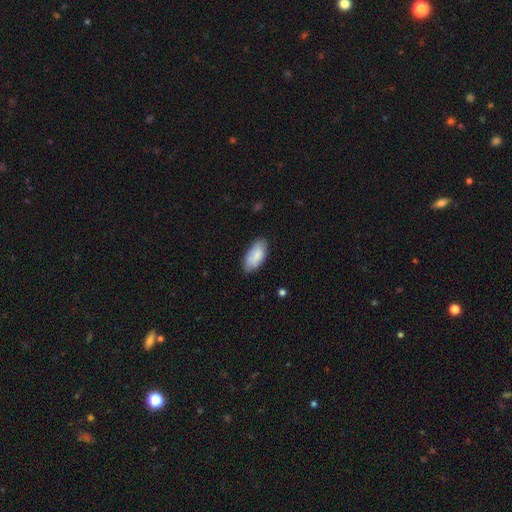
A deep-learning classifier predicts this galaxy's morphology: The model was most divided on "merging": none: 78%, minor disturbance: 18%, major disturbance: 3%, merger: 2%. More confident: how rounded — in between (93%); smooth or featured — smooth (83%).